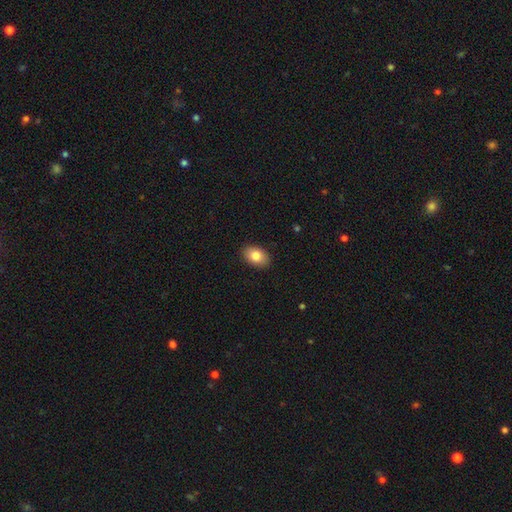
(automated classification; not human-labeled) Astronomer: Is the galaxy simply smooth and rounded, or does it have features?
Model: smooth — 84%.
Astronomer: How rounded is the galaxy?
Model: in between — 87%.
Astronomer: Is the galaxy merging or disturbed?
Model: none — 90%.